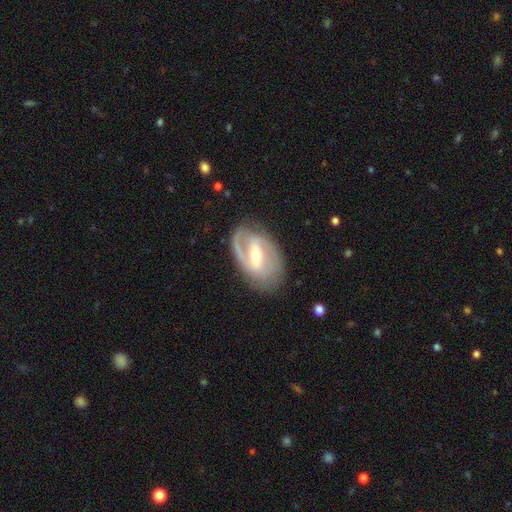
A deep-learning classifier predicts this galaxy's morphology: The model was most divided on "bar": weak: 44%, strong: 42%, no: 15%. Remaining: edge-on disk — no (95%); spiral arms — yes (91%); smooth or featured — featured or disk (85%); merging — none (75%); spiral arm count — 2 (73%); bulge size — moderate (58%); spiral winding — medium (47%).